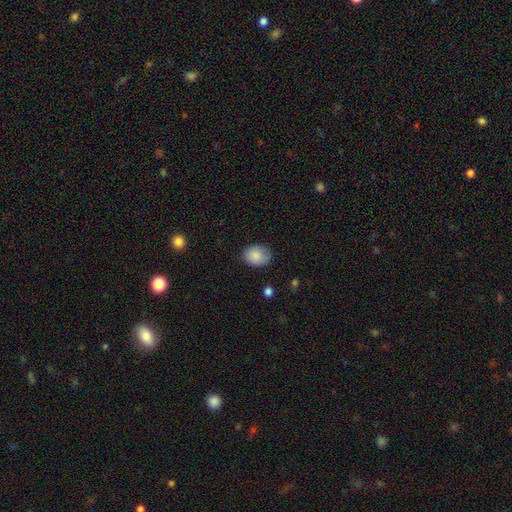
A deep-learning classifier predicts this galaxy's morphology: A smooth galaxy with no disk features (87%) that is in between round and cigar-shaped (56%). Merging: none (77%).